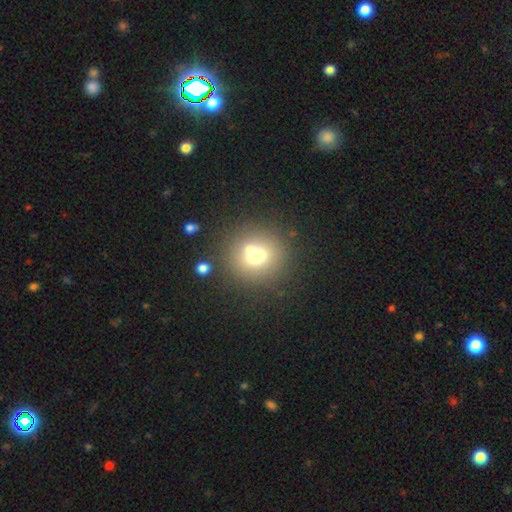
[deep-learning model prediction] The model was most divided on "merging": none: 66%, merger: 19%, minor disturbance: 10%, major disturbance: 5%. More confident: how rounded — round (89%); smooth or featured — smooth (68%).